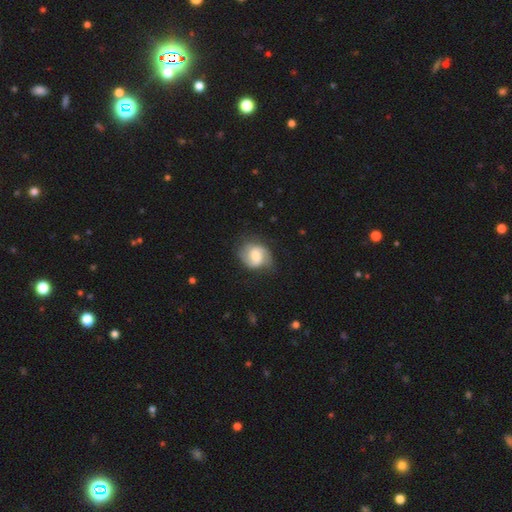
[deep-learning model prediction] This is possibly a featured or disk galaxy (53%). It is clearly not viewed edge-on (98%). Bar: possibly weak (49%). Spiral arm pattern: clearly yes (87%). Central bulge: possibly moderate (46%). Merging: likely none (66%).